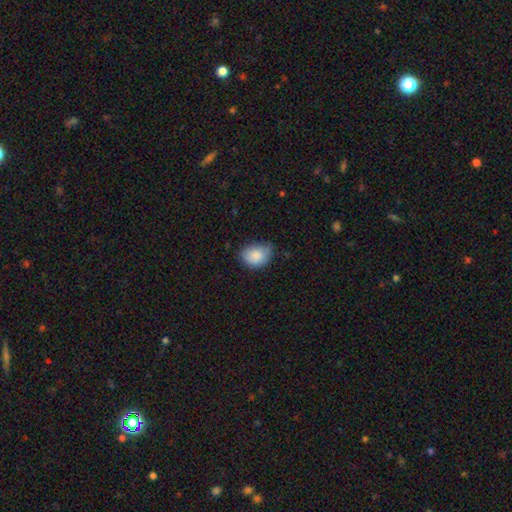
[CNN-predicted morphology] A smooth galaxy with no disk features (85%) that is in between round and cigar-shaped (62%).

Vote fractions:
- Smooth or featured? smooth: 85% / featured or disk: 8% / star or artifact: 7%
- How rounded? in between: 62% / round: 37% / cigar-shaped: 1%
- Merging? none: 57% / minor disturbance: 35% / major disturbance: 6% / merger: 2%